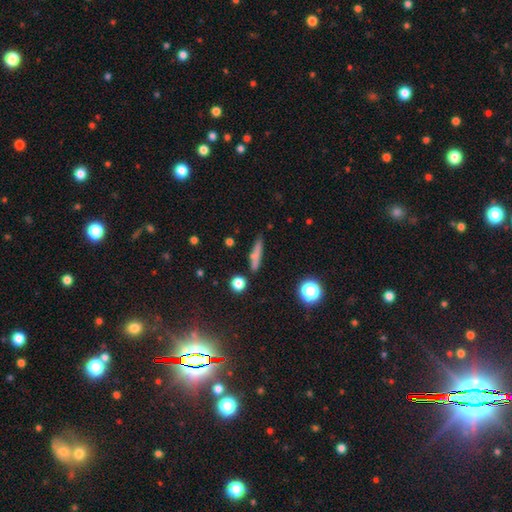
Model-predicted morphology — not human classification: This is likely a smooth galaxy (70%). How rounded: clearly cigar-shaped (83%). Merging: likely none (76%).